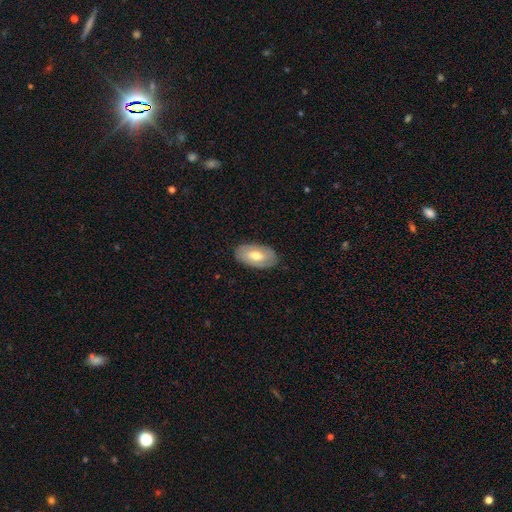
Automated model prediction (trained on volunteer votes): smooth 57%, featured or disk 38%, star or artifact 6%. Down the decision tree: how rounded — in between (94%); merging — none (85%).